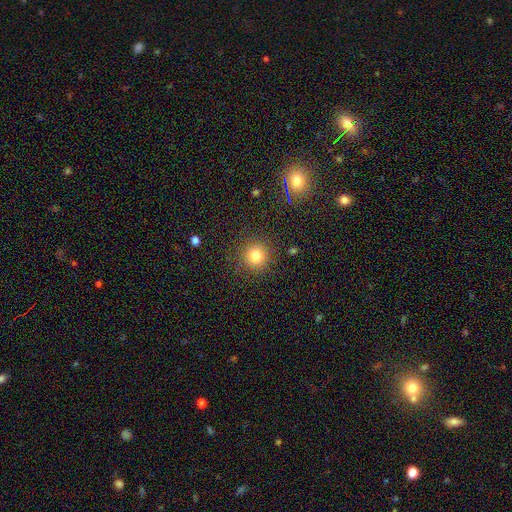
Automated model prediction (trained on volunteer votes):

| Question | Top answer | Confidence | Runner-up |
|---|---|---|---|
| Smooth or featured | smooth | 80% | star or artifact (14%) |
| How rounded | round | 94% | in between (5%) |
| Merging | none | 89% | minor disturbance (7%) |